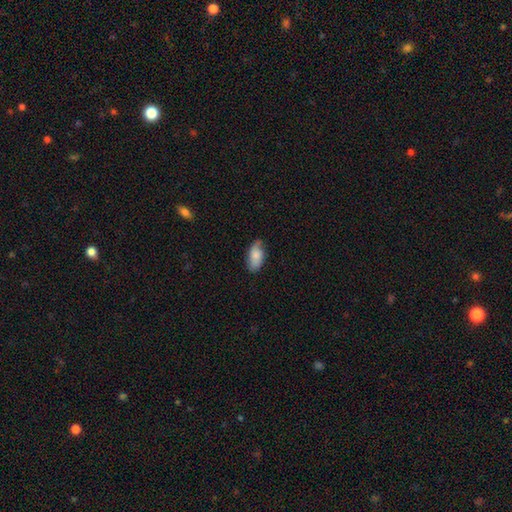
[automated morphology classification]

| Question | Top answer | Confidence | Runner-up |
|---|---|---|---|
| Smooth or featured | smooth | 78% | featured or disk (15%) |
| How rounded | in between | 92% | cigar-shaped (6%) |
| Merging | none | 67% | minor disturbance (26%) |